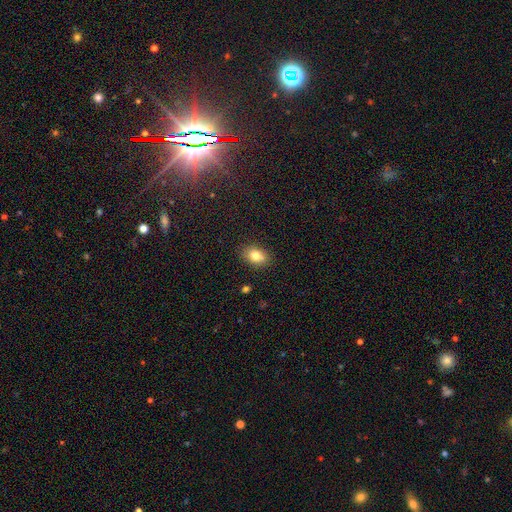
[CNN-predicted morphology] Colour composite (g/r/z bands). It shows a smooth galaxy with no disk features (82%) that is in between round and cigar-shaped (81%). Merging: none (85%).